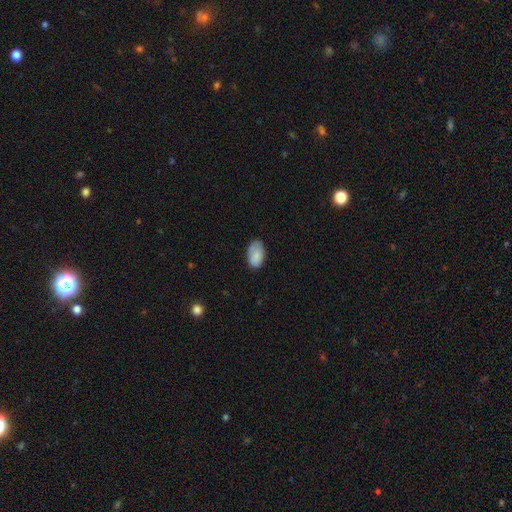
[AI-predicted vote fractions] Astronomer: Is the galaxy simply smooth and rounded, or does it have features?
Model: smooth — 85%.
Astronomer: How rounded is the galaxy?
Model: in between — 93%.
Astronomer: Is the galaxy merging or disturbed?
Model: none — 76%.